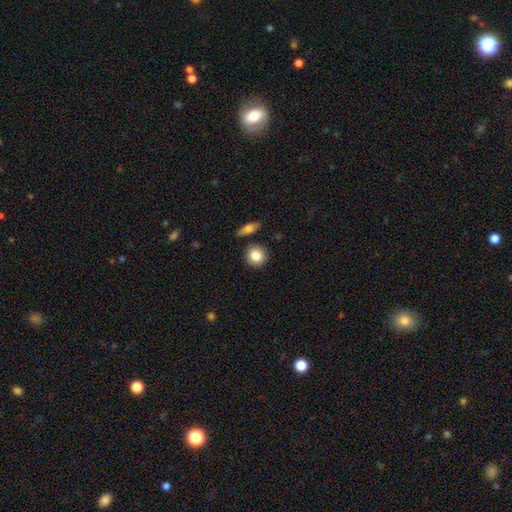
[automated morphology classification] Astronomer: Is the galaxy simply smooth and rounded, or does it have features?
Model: smooth — 83%.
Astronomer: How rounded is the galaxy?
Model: round — 89%.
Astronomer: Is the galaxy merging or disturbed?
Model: none — 85%.